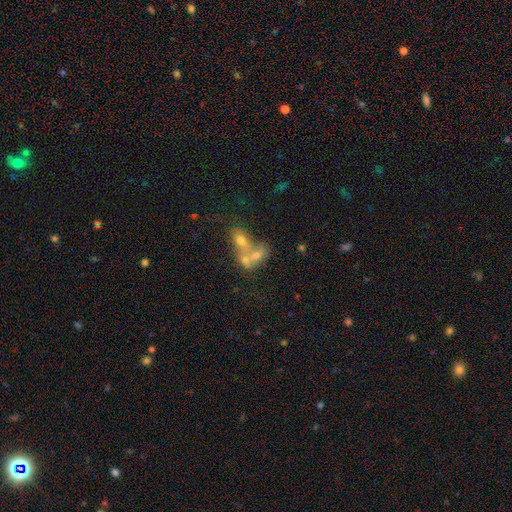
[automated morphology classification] Q: Smooth or featured?
A: smooth (53%); runner-up: featured or disk (33%)
Q: How rounded?
A: in between (73%); runner-up: round (23%)
Q: Merging?
A: merger (72%); runner-up: none (15%)